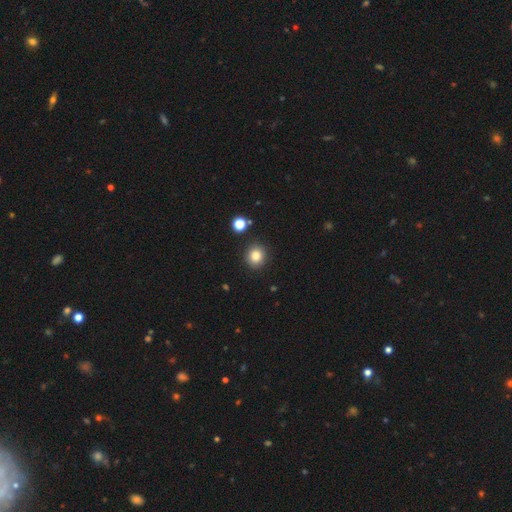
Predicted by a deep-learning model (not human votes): Morphology: type=smooth (84%); roundness=round (85%); merging=none (88%).